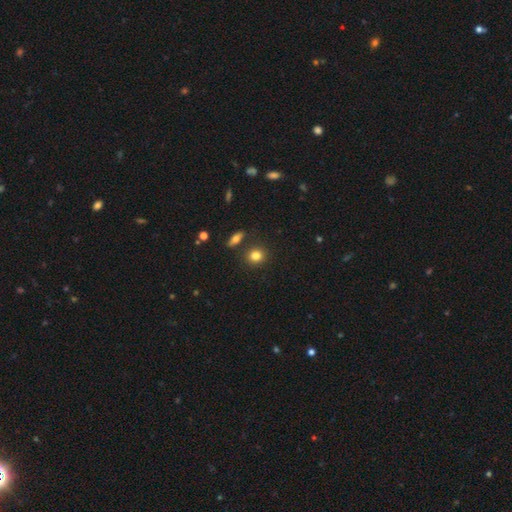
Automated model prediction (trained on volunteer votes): Morphology: type=smooth (81%); roundness=round (80%); merging=none (83%).